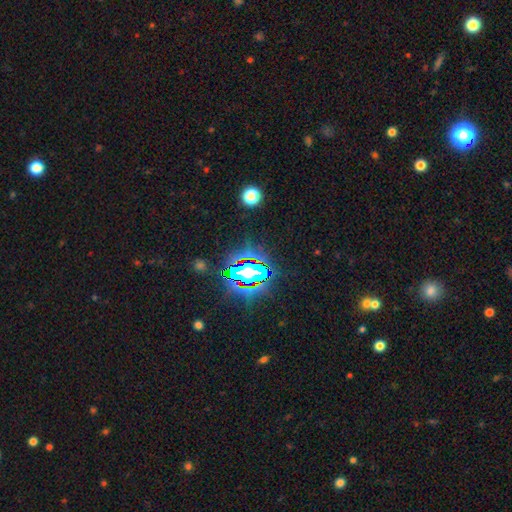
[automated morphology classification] The model was most divided on "smooth or featured": star or artifact: 84%, smooth: 9%, featured or disk: 7%.